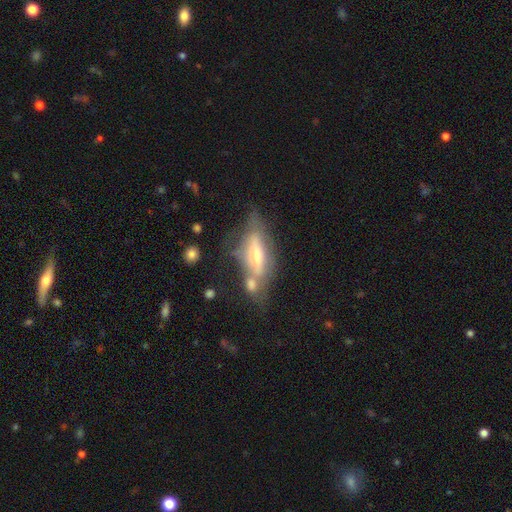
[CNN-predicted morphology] type=featured or disk (59%); edge-on=yes (62%); merging=none (41%).